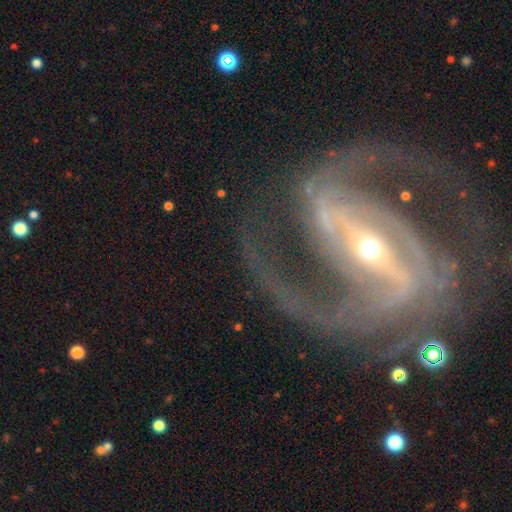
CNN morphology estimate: type=featured or disk (91%); edge-on=no (96%); bar=strong (74%); spiral arms=yes (97%); winding=medium (54%); arm count=2 (78%); bulge=small (62%); merging=none (64%).